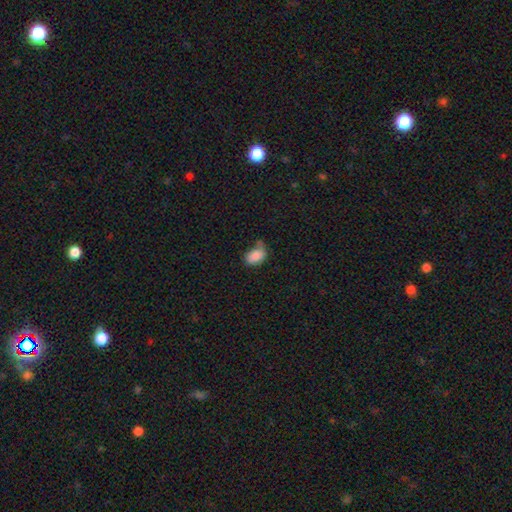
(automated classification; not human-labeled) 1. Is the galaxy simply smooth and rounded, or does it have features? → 84% smooth, 8% star or artifact, 7% featured or disk.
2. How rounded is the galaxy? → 83% in between, 15% round, 1% cigar-shaped.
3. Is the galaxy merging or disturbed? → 41% none, 34% minor disturbance, 15% major disturbance, 10% merger.